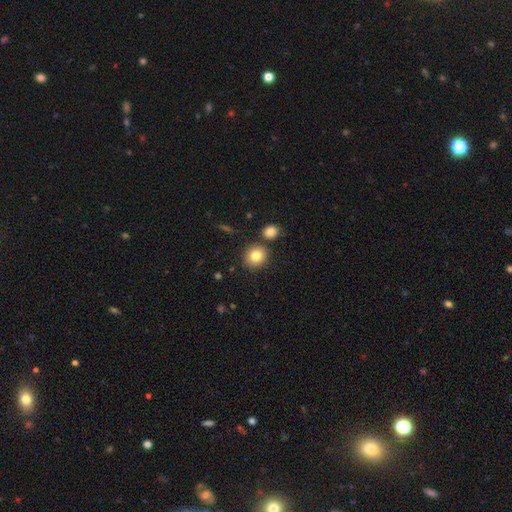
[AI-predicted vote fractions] smooth 82%, star or artifact 10%, featured or disk 8%. Down the decision tree: how rounded — round (84%); merging — none (80%).